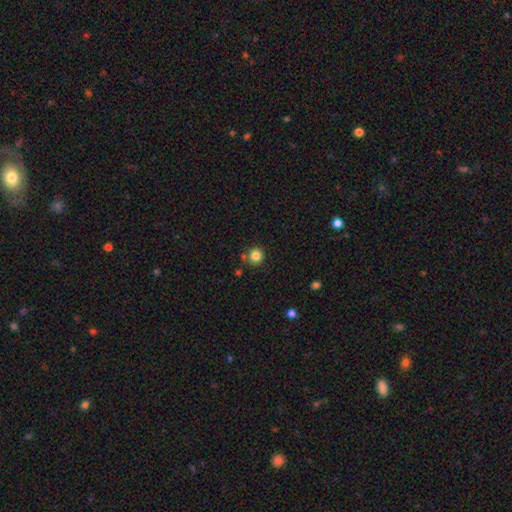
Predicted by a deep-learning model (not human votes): Q: Smooth or featured?
A: smooth (84%); runner-up: star or artifact (11%)
Q: How rounded?
A: round (94%); runner-up: in between (5%)
Q: Merging?
A: none (82%); runner-up: minor disturbance (9%)